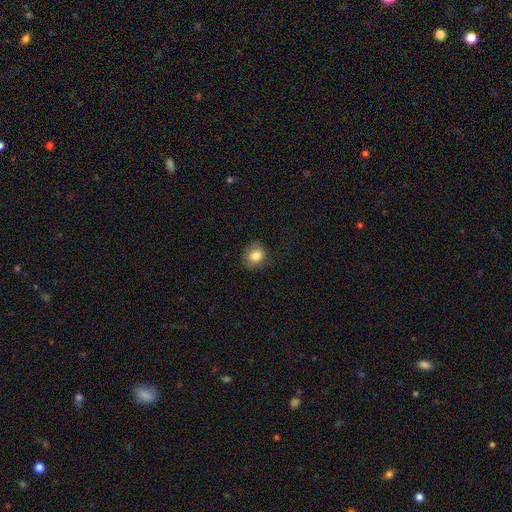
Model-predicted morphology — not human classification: A smooth galaxy with no disk features (83%) that is round (71%).

Vote fractions:
- Smooth or featured? smooth: 83% / star or artifact: 10% / featured or disk: 7%
- How rounded? round: 71% / in between: 28% / cigar-shaped: 1%
- Merging? none: 78% / minor disturbance: 17% / major disturbance: 4% / merger: 1%